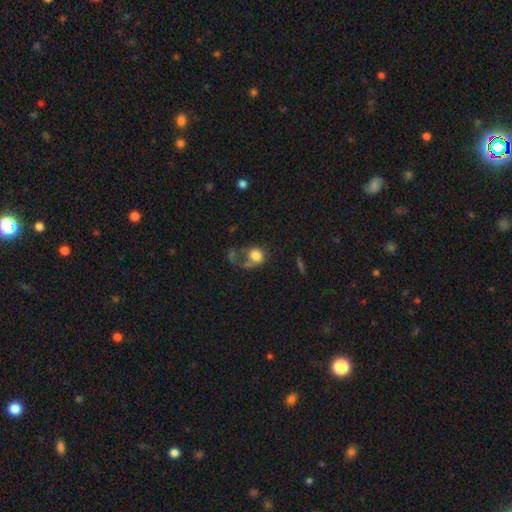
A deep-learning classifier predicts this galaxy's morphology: smooth 71%, featured or disk 20%, star or artifact 9%. Down the decision tree: how rounded — round (62%); merging — major disturbance (41%).